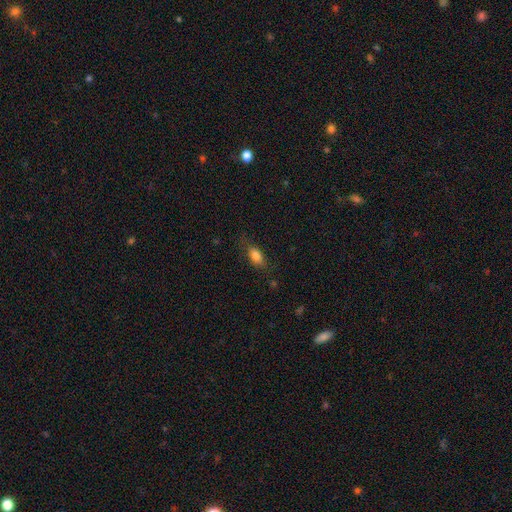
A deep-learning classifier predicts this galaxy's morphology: A smooth galaxy with no disk features (82%) that is in between round and cigar-shaped (84%). Merging: none (74%).